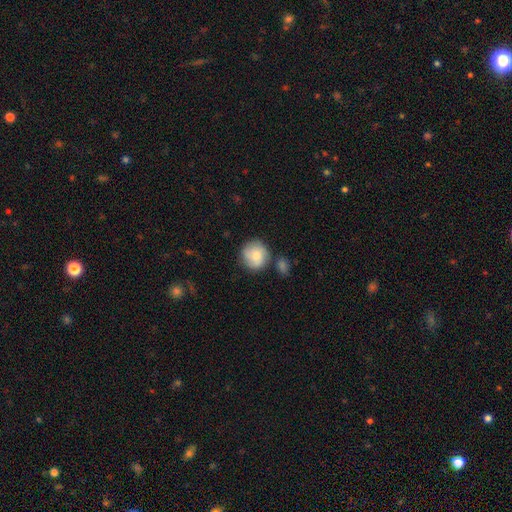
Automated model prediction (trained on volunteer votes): A smooth galaxy with no disk features (74%) that is round (91%). Merging: none (68%).